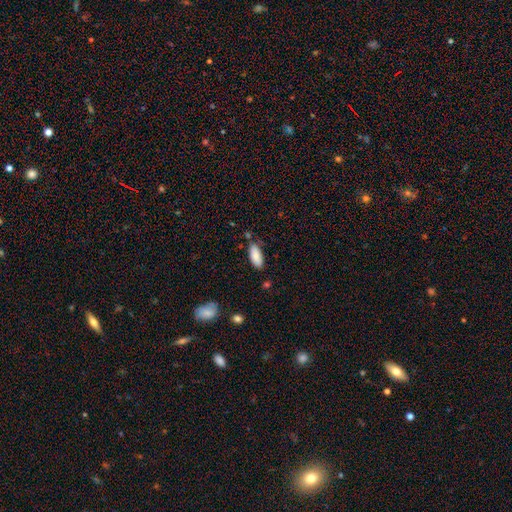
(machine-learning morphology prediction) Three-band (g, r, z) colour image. It shows a smooth galaxy with no disk features (86%) that is in between round and cigar-shaped (84%). Merging: none (74%).